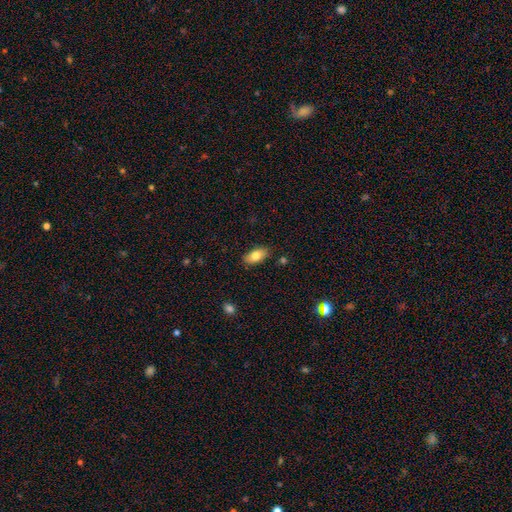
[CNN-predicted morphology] Smooth or featured? smooth (79%)
How rounded? in between (91%)
Merging? none (86%)